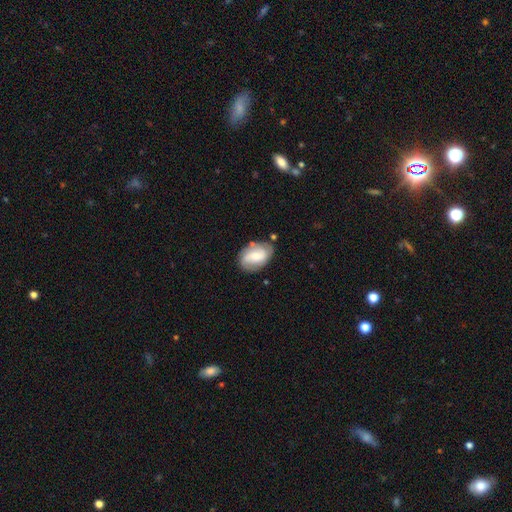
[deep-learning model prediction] Smooth or featured?
  - featured or disk: 54% *
  - smooth: 40%
  - star or artifact: 7%
Edge-on disk?
  - no: 96% *
  - yes: 4%
Bar?
  - no: 45% *
  - weak: 41%
  - strong: 14%
Spiral arms?
  - yes: 80% *
  - no: 20%
Bulge size?
  - moderate: 49% *
  - small: 43%
  - large: 5%
  - none: 2%
  - dominant: 1%
Merging?
  - none: 71% *
  - minor disturbance: 20%
  - major disturbance: 5%
  - merger: 4%